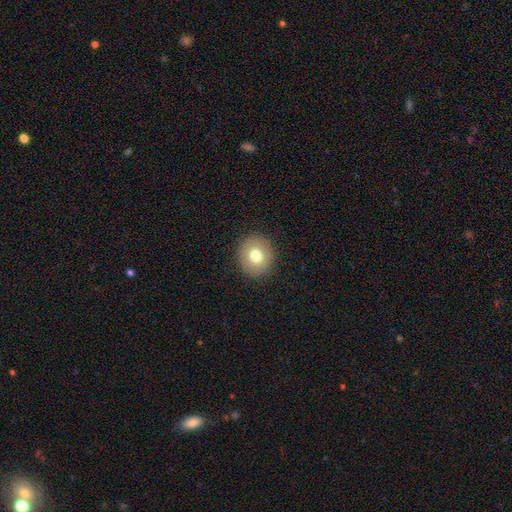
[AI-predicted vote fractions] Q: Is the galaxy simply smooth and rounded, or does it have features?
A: smooth — 75%.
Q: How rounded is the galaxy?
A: round — 81%.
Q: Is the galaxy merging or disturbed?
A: none — 90%.